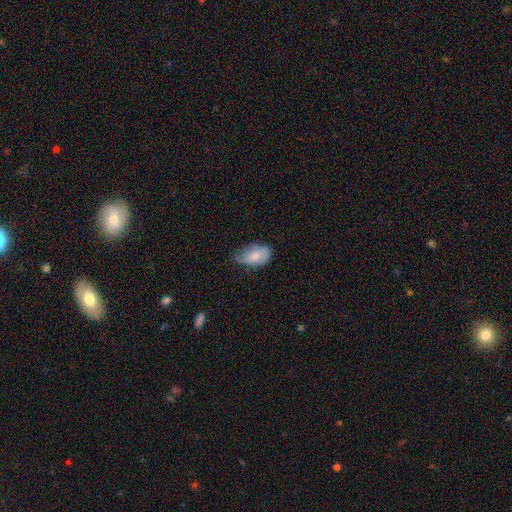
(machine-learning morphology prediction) Smooth or featured?
  - smooth: 74% *
  - featured or disk: 19%
  - star or artifact: 7%
How rounded?
  - in between: 92% *
  - round: 6%
  - cigar-shaped: 2%
Merging?
  - minor disturbance: 47% *
  - none: 38%
  - major disturbance: 14%
  - merger: 2%